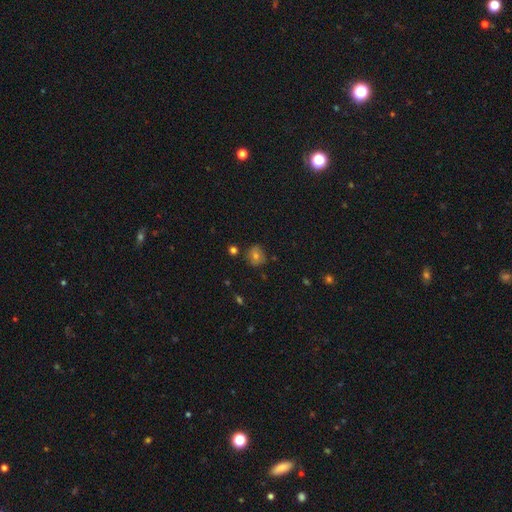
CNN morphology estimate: Smooth or featured: smooth — 62% (featured or disk — 19%)
How rounded: round — 78% (in between — 21%)
Merging: none — 78% (minor disturbance — 15%)